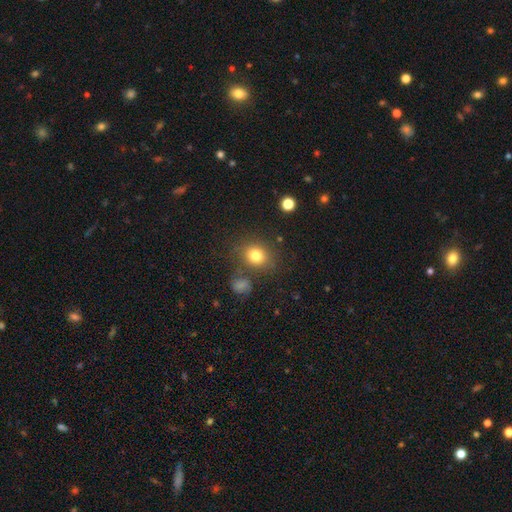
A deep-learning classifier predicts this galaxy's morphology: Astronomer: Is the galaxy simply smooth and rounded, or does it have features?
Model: smooth — 78%.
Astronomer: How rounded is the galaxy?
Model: round — 70%.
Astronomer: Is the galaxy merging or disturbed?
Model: none — 77%.